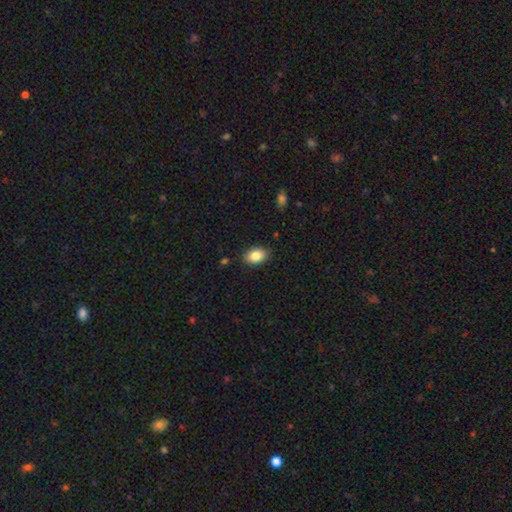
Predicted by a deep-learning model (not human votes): Q: Smooth or featured?
A: smooth (85%); runner-up: star or artifact (8%)
Q: How rounded?
A: in between (85%); runner-up: round (14%)
Q: Merging?
A: none (87%); runner-up: minor disturbance (10%)